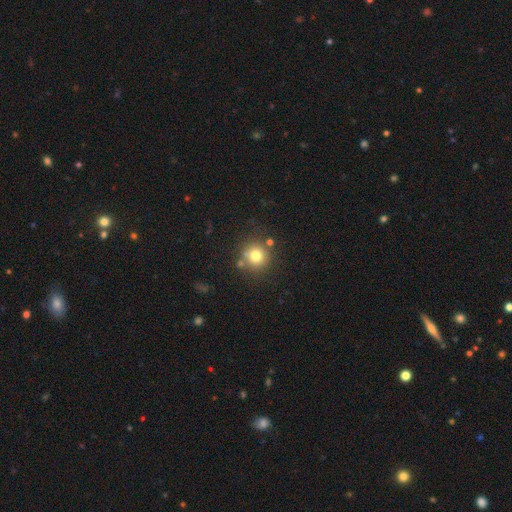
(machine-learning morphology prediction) Smooth or featured? Predicted: smooth (p=0.76). How rounded? Predicted: round (p=0.93). Merging? Predicted: none (p=0.78).